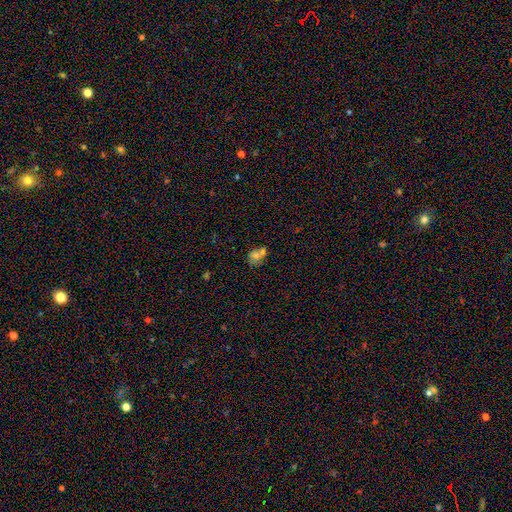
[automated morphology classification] Smooth or featured: smooth — 64% (featured or disk — 20%)
How rounded: round — 51% (in between — 47%)
Merging: merger — 46% (none — 35%)